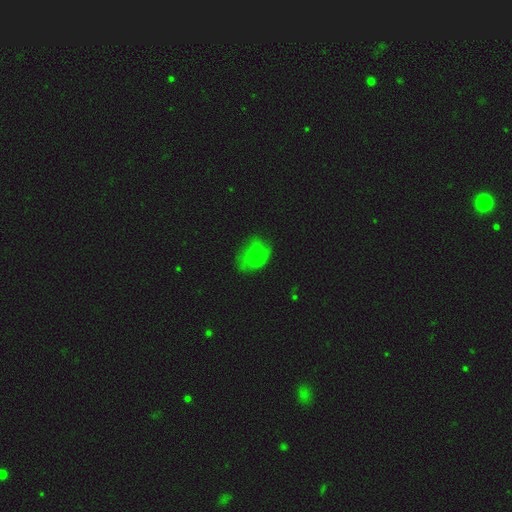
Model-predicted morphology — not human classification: Smooth or featured?
  - smooth: 64% *
  - featured or disk: 23%
  - star or artifact: 13%
How rounded?
  - in between: 68% *
  - round: 31%
  - cigar-shaped: 1%
Merging?
  - none: 50% *
  - minor disturbance: 31%
  - major disturbance: 17%
  - merger: 2%